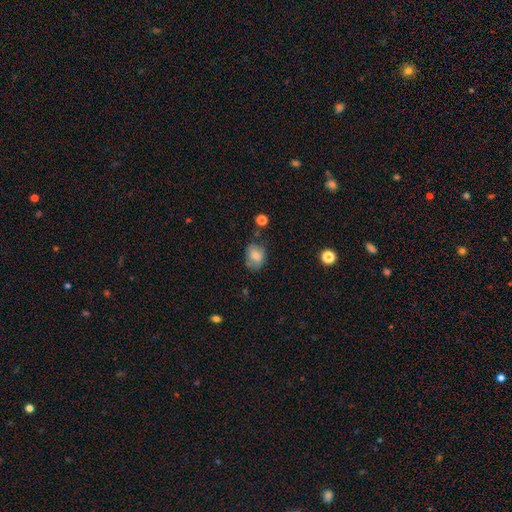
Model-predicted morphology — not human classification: type=smooth (72%); roundness=in between (68%); merging=none (57%).